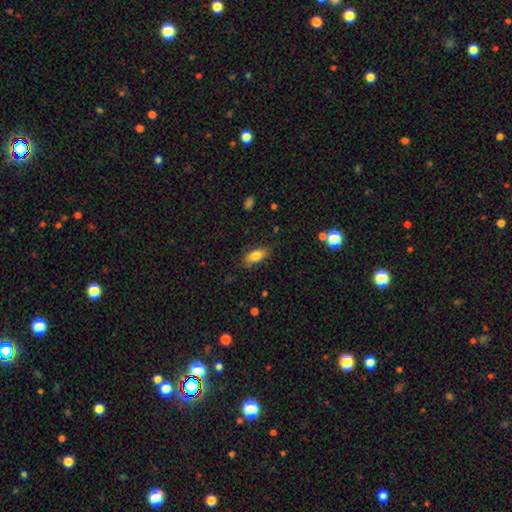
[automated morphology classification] smooth 81%, featured or disk 12%, star or artifact 8%. Down the decision tree: how rounded — in between (86%); merging — none (79%).